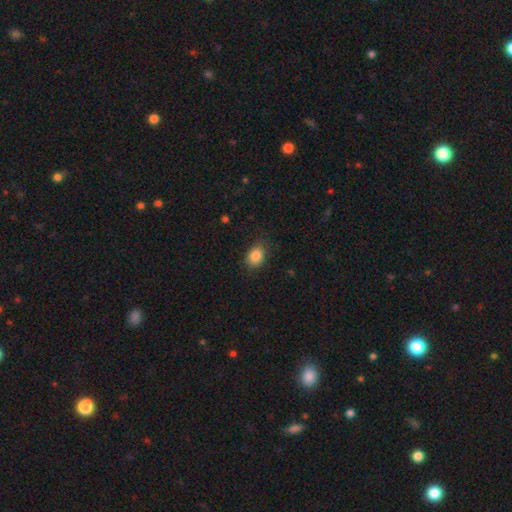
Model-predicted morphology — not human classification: Smooth or featured?
  - smooth: 85% *
  - star or artifact: 9%
  - featured or disk: 6%
How rounded?
  - in between: 68% *
  - round: 31%
  - cigar-shaped: 1%
Merging?
  - none: 78% *
  - minor disturbance: 17%
  - major disturbance: 4%
  - merger: 1%